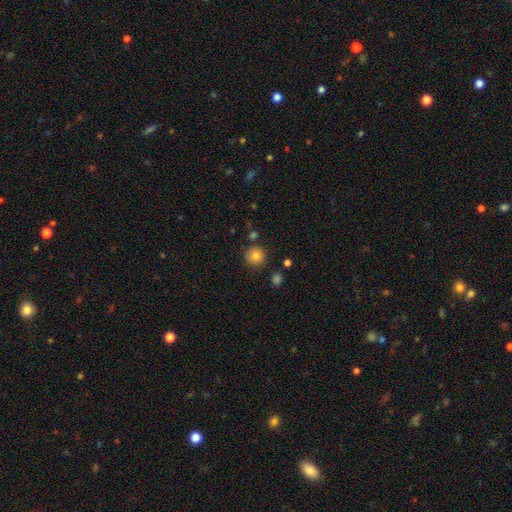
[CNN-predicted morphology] Q: Smooth or featured?
A: smooth (82%); runner-up: star or artifact (10%)
Q: How rounded?
A: round (93%); runner-up: in between (6%)
Q: Merging?
A: none (81%); runner-up: minor disturbance (12%)